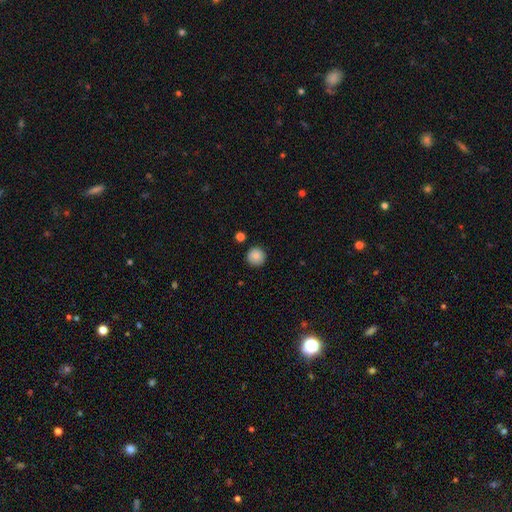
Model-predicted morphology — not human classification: Smooth or featured: smooth — 87% (star or artifact — 9%)
How rounded: round — 96% (in between — 3%)
Merging: none — 91% (minor disturbance — 6%)